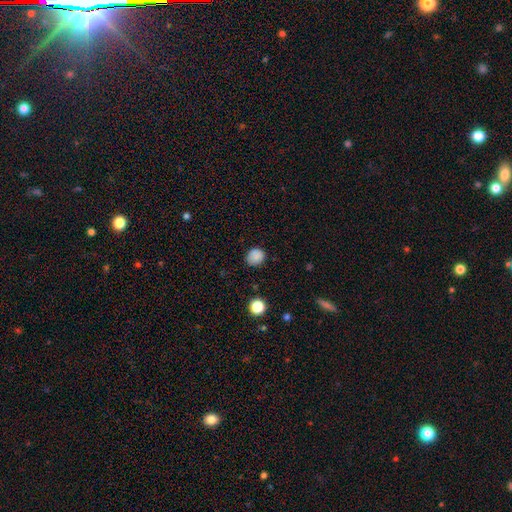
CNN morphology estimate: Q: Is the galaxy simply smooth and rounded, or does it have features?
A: smooth — 85%.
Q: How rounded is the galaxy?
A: round — 75%.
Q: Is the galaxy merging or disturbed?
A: none — 81%.